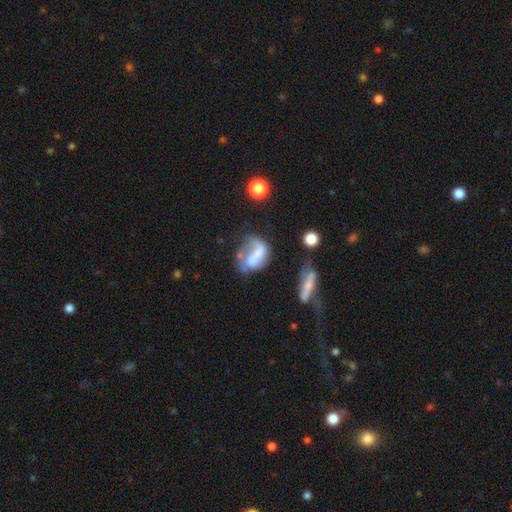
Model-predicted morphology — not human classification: featured or disk 51%, smooth 38%, star or artifact 10%. Down the decision tree: edge-on disk — no (96%); merging — major disturbance (30%).